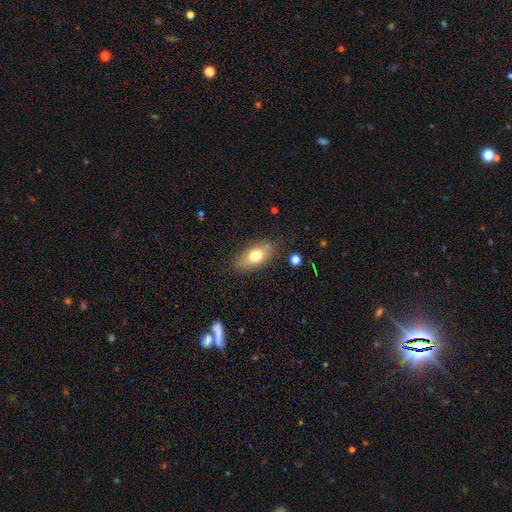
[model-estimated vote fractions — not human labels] A smooth galaxy with no disk features (72%) that is in between round and cigar-shaped (82%). Merging: none (77%).